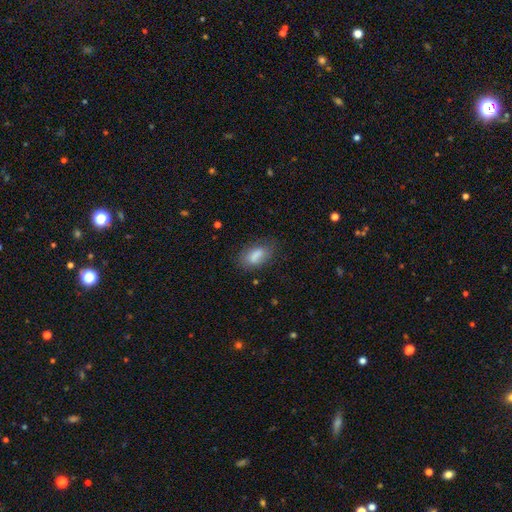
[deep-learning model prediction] A smooth galaxy with no disk features (78%) that is in between round and cigar-shaped (88%). Merging: none (65%).